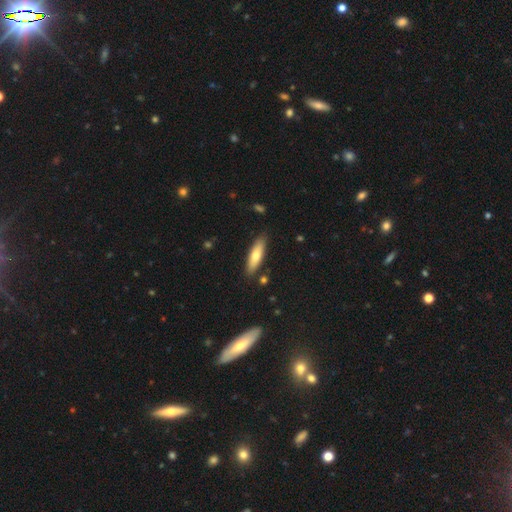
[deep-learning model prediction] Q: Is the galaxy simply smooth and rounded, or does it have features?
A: smooth — 68%.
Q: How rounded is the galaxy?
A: cigar-shaped — 60%.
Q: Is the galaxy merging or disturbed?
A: none — 86%.